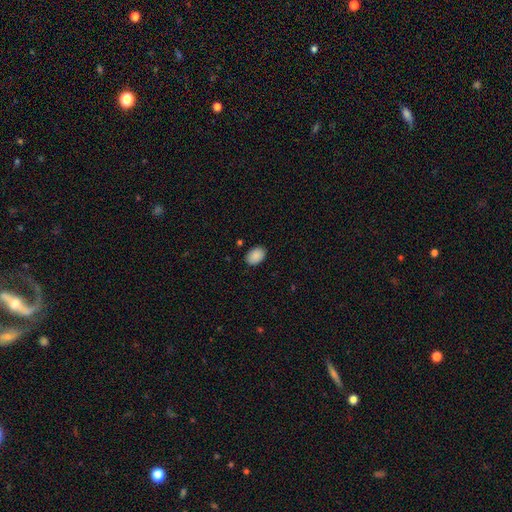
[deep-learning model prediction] smooth_or_featured: smooth (p=0.90) [alt: star or artifact p=0.07]
how_rounded: in between (p=0.82) [alt: round p=0.17]
merging: none (p=0.87) [alt: minor disturbance p=0.10]